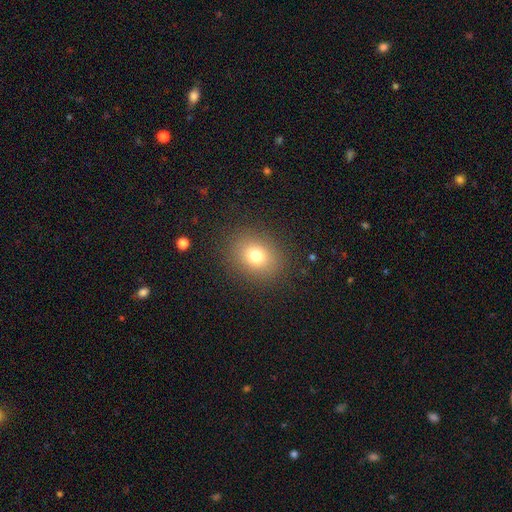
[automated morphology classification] Smooth or featured?
  - smooth: 76% *
  - star or artifact: 14%
  - featured or disk: 10%
How rounded?
  - round: 63% *
  - in between: 36%
  - cigar-shaped: 1%
Merging?
  - none: 87% *
  - minor disturbance: 8%
  - major disturbance: 4%
  - merger: 1%